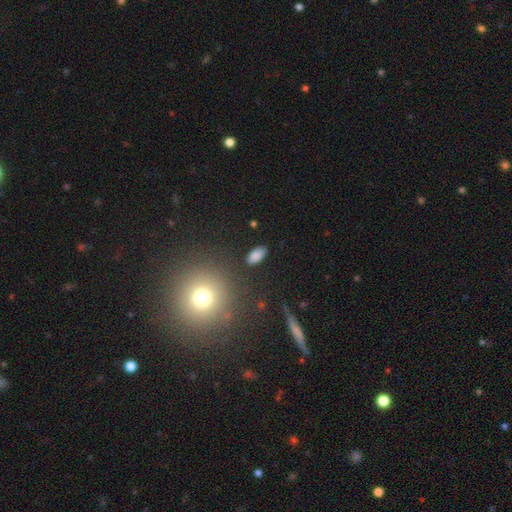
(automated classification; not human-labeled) This is clearly a smooth galaxy (83%). How rounded: clearly in between (91%). Merging: clearly none (85%).